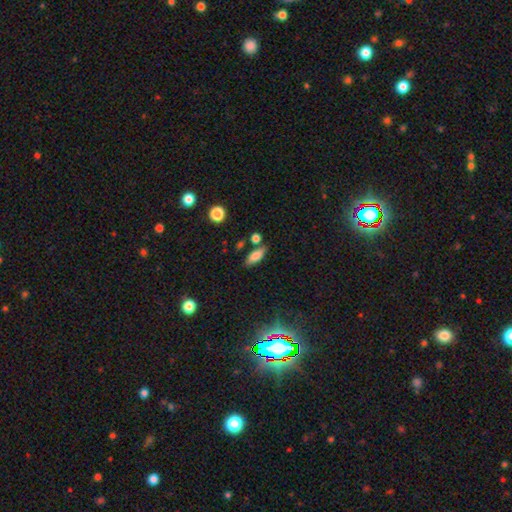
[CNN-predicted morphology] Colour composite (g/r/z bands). It shows a smooth galaxy with no disk features (81%) that is in between round and cigar-shaped (75%). Merging: none (73%).